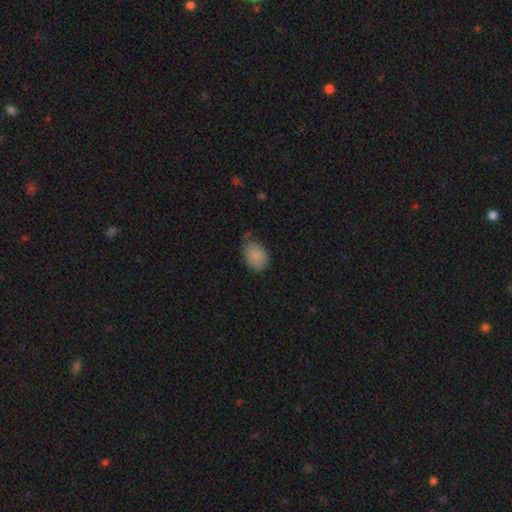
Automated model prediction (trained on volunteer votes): Smooth or featured? smooth (85%)
How rounded? in between (77%)
Merging? none (49%)